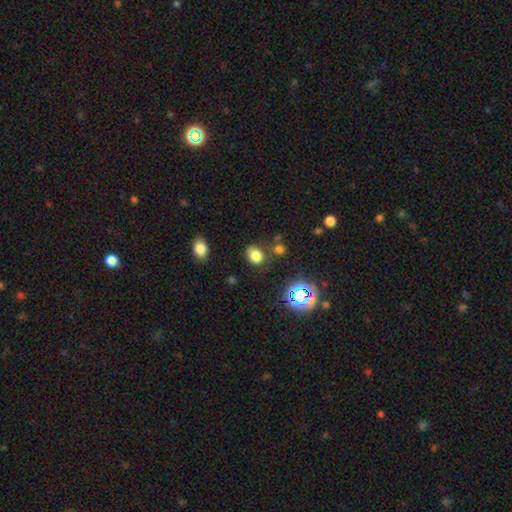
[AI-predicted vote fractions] This appears to be a smooth galaxy with no disk features (75%) that is in between round and cigar-shaped (50%). Merging: none (71%).